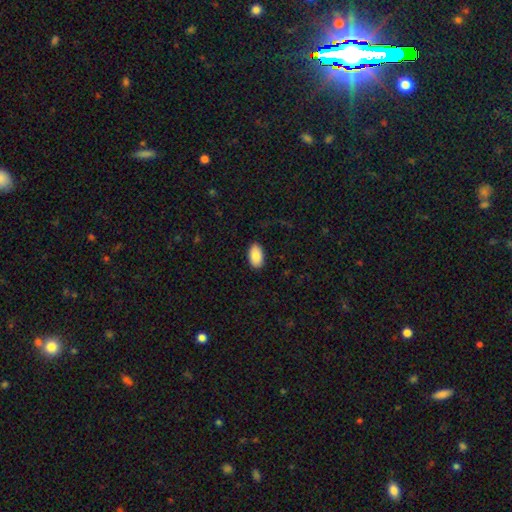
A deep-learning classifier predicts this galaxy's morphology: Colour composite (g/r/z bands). It shows a smooth galaxy with no disk features (88%) that is in between round and cigar-shaped (95%). Merging: none (89%).